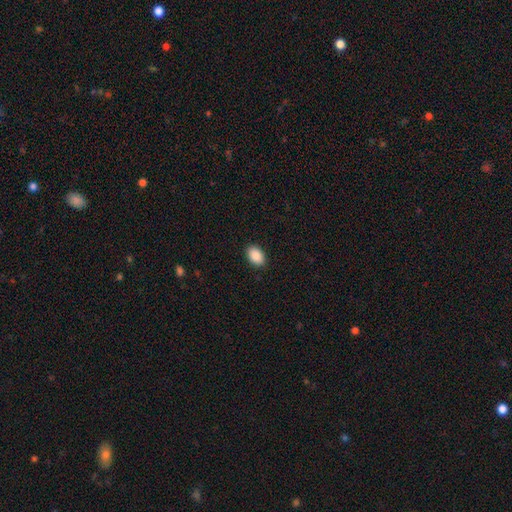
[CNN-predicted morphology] This is clearly a smooth galaxy (89%). How rounded: clearly in between (88%). Merging: clearly none (90%).